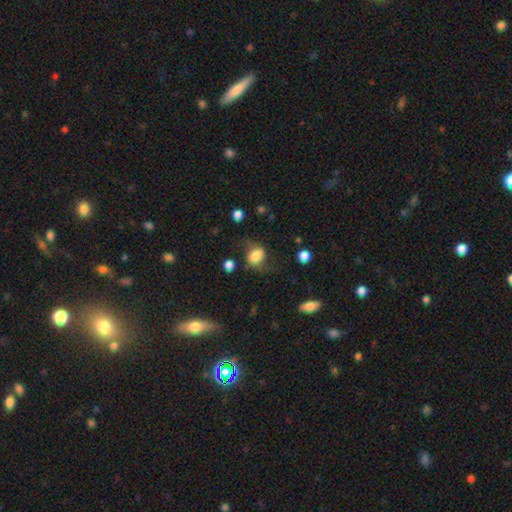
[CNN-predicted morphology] A smooth galaxy with no disk features (67%) that is in between round and cigar-shaped (53%). Merging: none (54%).